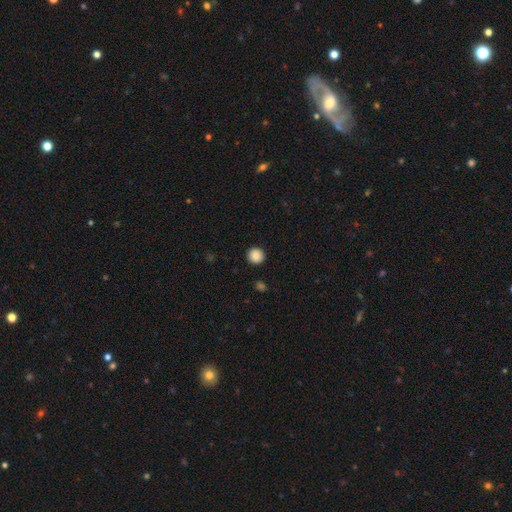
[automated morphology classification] Smooth or featured? smooth (89%)
How rounded? round (91%)
Merging? none (92%)